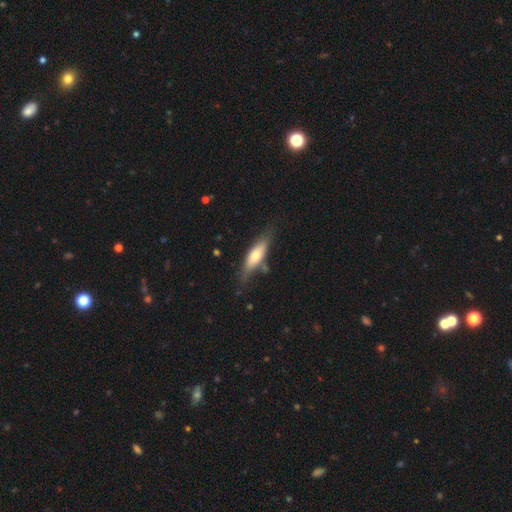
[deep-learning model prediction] Overall: smooth (59%; featured or disk 35%). How rounded: in between (51%; cigar-shaped 47%). Merging: none (68%).